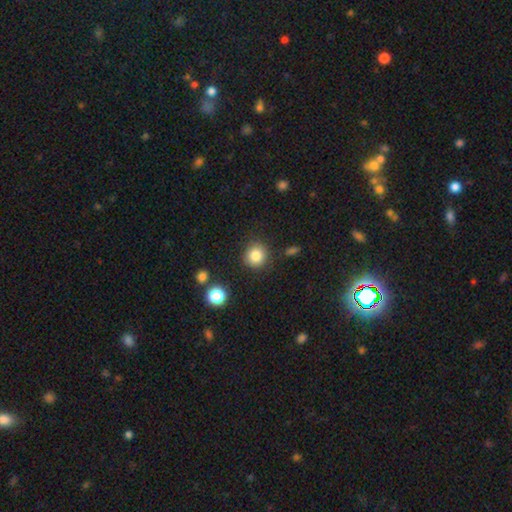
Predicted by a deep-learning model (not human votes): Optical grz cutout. It shows a smooth galaxy with no disk features (84%) that is round (90%). Merging: none (87%).